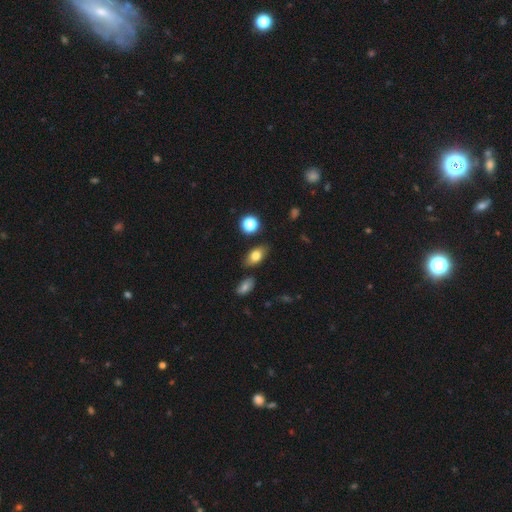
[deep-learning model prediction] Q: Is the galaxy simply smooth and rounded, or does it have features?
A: smooth — 77%.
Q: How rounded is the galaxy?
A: in between — 86%.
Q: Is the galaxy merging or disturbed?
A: none — 82%.